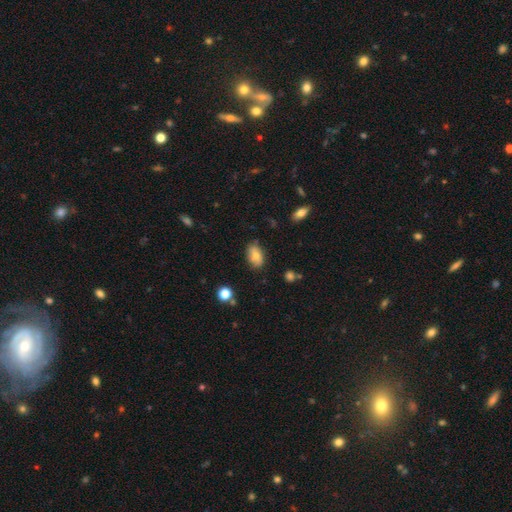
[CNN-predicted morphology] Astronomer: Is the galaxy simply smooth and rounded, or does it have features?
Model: smooth — 75%.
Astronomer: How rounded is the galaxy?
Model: in between — 90%.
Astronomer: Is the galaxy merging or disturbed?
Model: none — 75%.